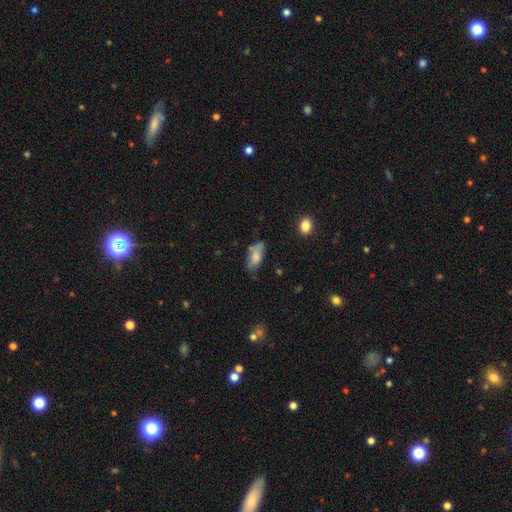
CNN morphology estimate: This appears to be a smooth galaxy with no disk features (72%) that is in between round and cigar-shaped (84%). Merging: none (54%).